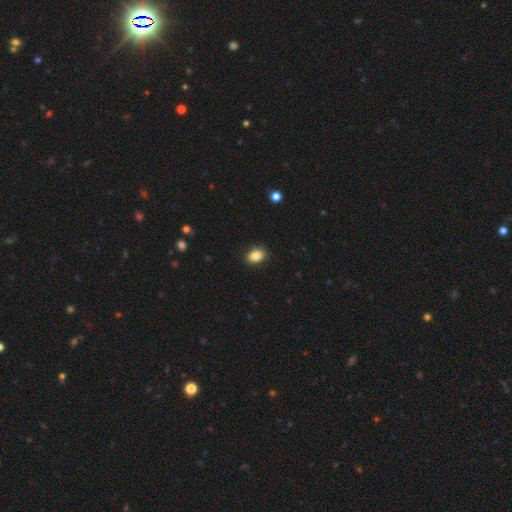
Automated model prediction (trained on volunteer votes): Smooth or featured: smooth — 85% (star or artifact — 9%)
How rounded: in between — 67% (round — 32%)
Merging: none — 89% (minor disturbance — 8%)